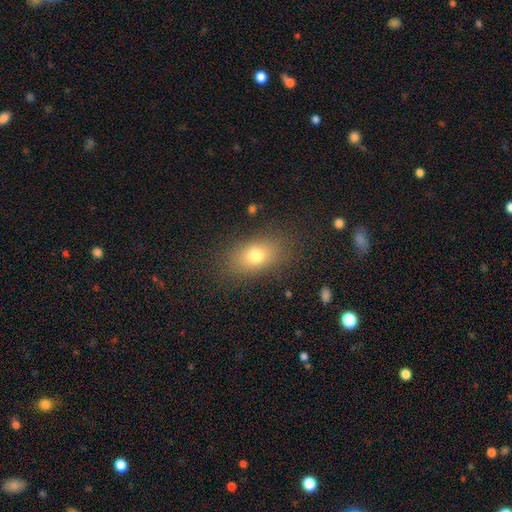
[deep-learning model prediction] smooth_or_featured: smooth (p=0.74) [alt: featured or disk p=0.13]
how_rounded: in between (p=0.80) [alt: round p=0.17]
merging: none (p=0.83) [alt: minor disturbance p=0.11]